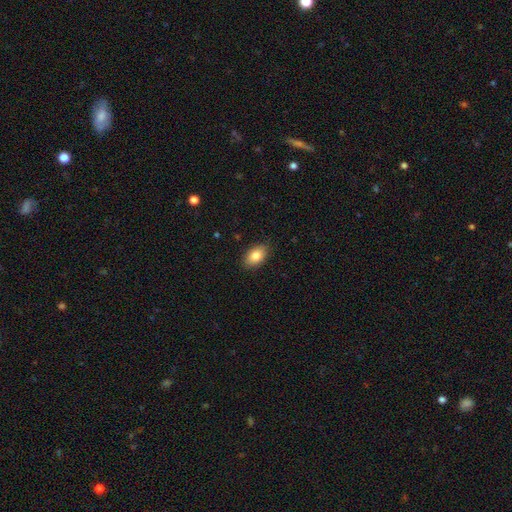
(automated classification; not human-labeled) Q: Smooth or featured?
A: smooth (83%); runner-up: featured or disk (10%)
Q: How rounded?
A: in between (89%); runner-up: round (9%)
Q: Merging?
A: none (87%); runner-up: minor disturbance (10%)